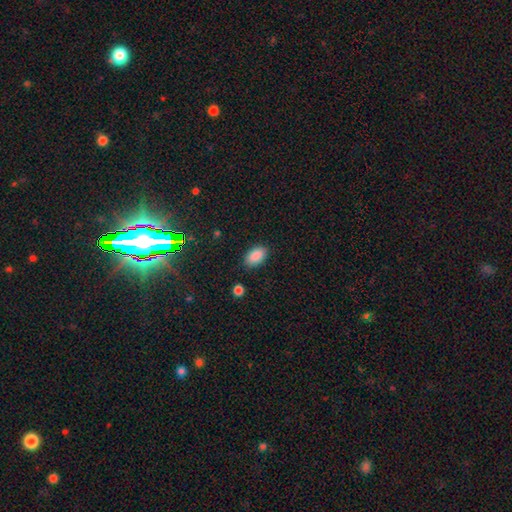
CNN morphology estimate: smooth 88%, star or artifact 8%, featured or disk 4%. Down the decision tree: how rounded — in between (93%); merging — none (84%).